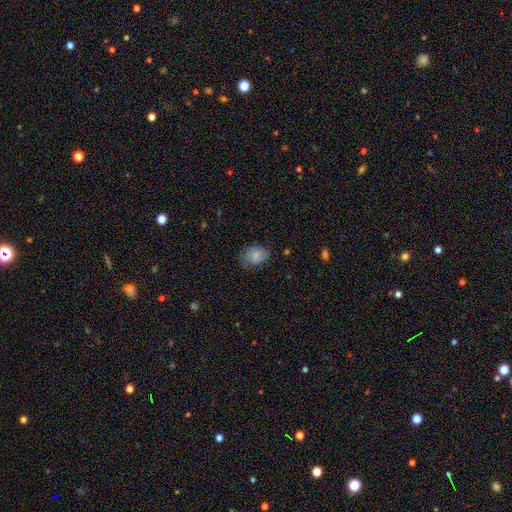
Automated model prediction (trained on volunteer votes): A smooth galaxy with no disk features (76%) that is in between round and cigar-shaped (63%).

Vote fractions:
- Smooth or featured? smooth: 76% / featured or disk: 15% / star or artifact: 9%
- How rounded? in between: 63% / round: 36% / cigar-shaped: 1%
- Merging? none: 55% / minor disturbance: 31% / major disturbance: 13% / merger: 2%